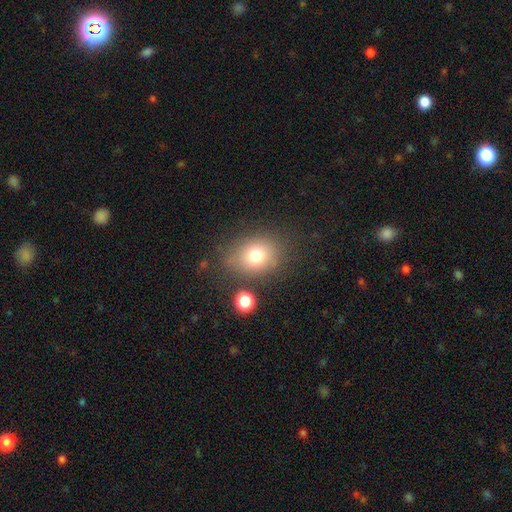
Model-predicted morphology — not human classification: type=smooth (75%); roundness=round (51%); merging=none (73%).